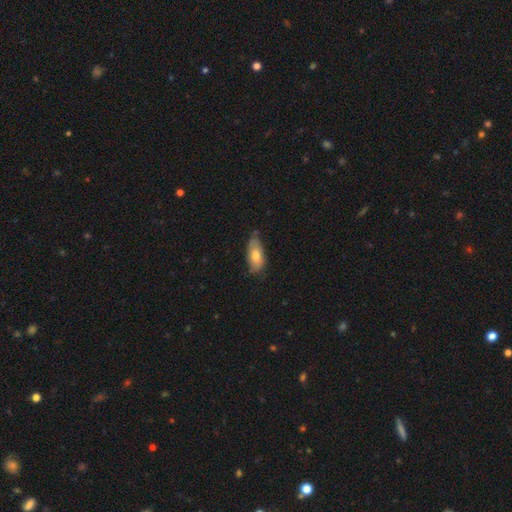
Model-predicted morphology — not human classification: smooth_or_featured: smooth (p=0.67) [alt: featured or disk p=0.26]
how_rounded: in between (p=0.84) [alt: cigar-shaped p=0.13]
merging: none (p=0.63) [alt: minor disturbance p=0.30]